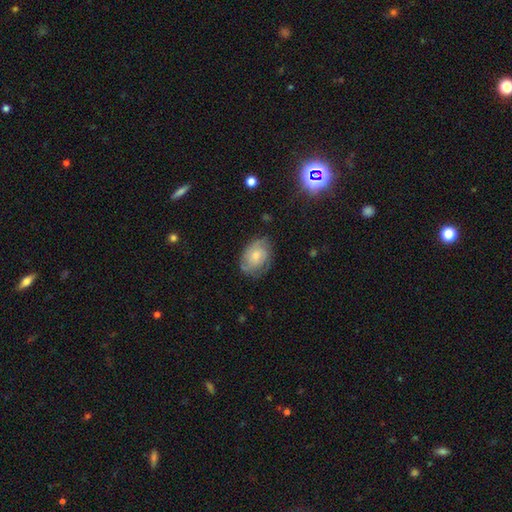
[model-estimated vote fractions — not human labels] The model was most divided on "bulge size": moderate: 44%, small: 42%, none: 6%, large: 6%, dominant: 1%. More confident: edge-on disk — no (97%); spiral arms — yes (83%); bar — no (73%); merging — none (69%); smooth or featured — featured or disk (52%).